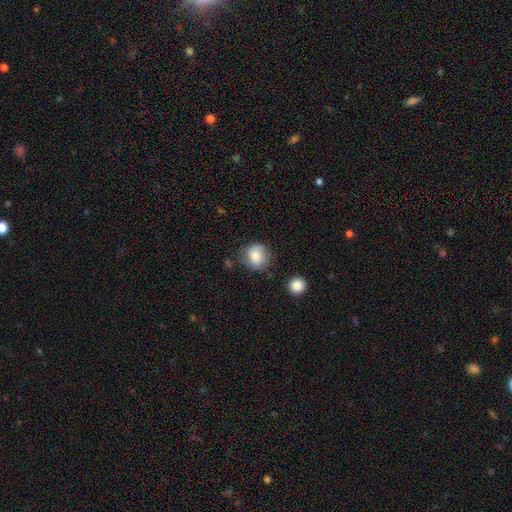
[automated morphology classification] A smooth galaxy with no disk features (79%) that is round (82%).

Vote fractions:
- Smooth or featured? smooth: 79% / featured or disk: 13% / star or artifact: 8%
- How rounded? round: 82% / in between: 17% / cigar-shaped: 1%
- Merging? none: 68% / minor disturbance: 22% / major disturbance: 7% / merger: 4%